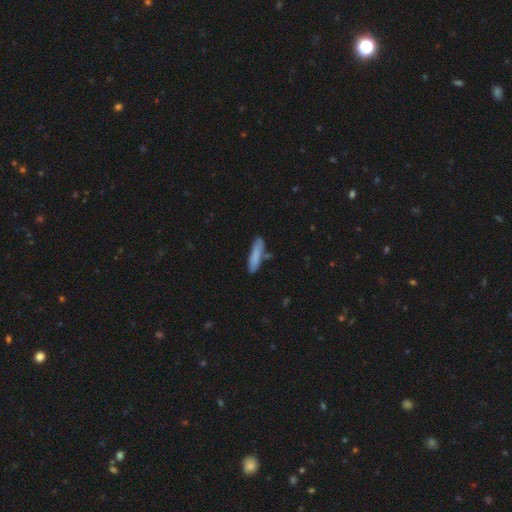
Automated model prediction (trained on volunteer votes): smooth_or_featured: smooth (p=0.80) [alt: featured or disk p=0.14]
how_rounded: cigar-shaped (p=0.79) [alt: in between p=0.19]
merging: none (p=0.70) [alt: minor disturbance p=0.18]